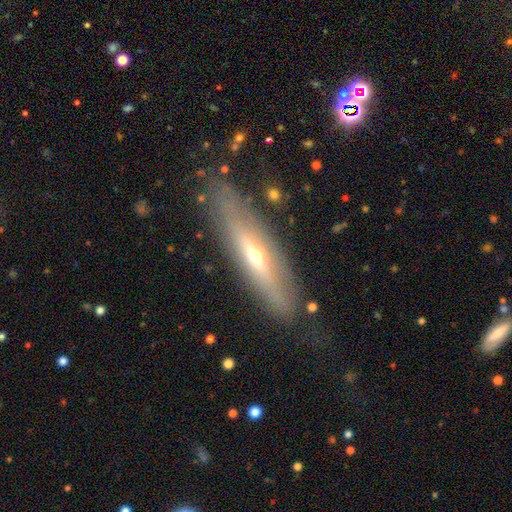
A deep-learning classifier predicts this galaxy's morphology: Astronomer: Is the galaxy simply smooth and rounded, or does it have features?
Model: featured or disk — 65%.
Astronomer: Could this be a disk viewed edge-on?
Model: yes — 75%.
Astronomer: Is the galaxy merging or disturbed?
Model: none — 79%.